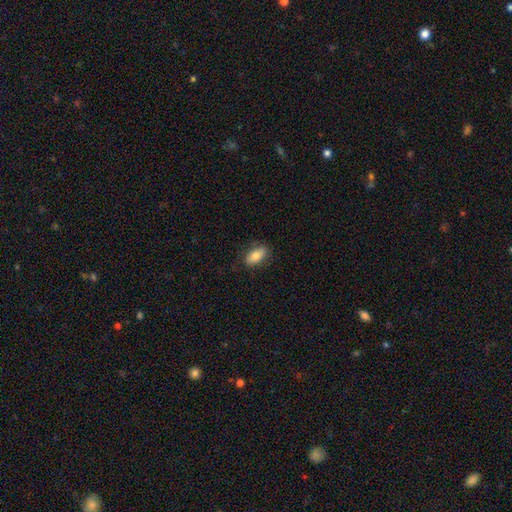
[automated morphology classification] Q: Smooth or featured?
A: smooth (80%); runner-up: featured or disk (14%)
Q: How rounded?
A: in between (89%); runner-up: cigar-shaped (6%)
Q: Merging?
A: none (82%); runner-up: minor disturbance (14%)